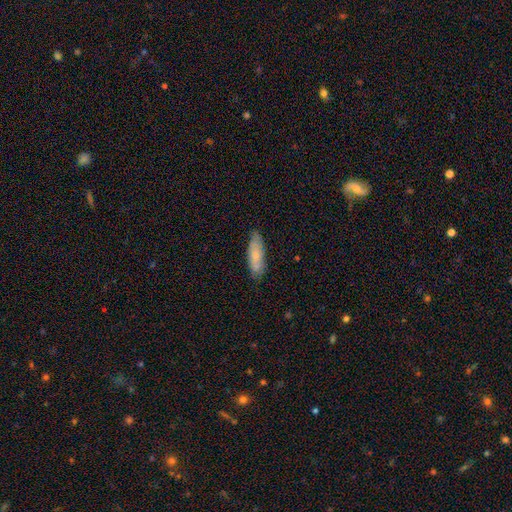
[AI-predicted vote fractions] This appears to be a smooth galaxy with no disk features (73%) that is cigar-shaped (50%). Merging: none (78%).